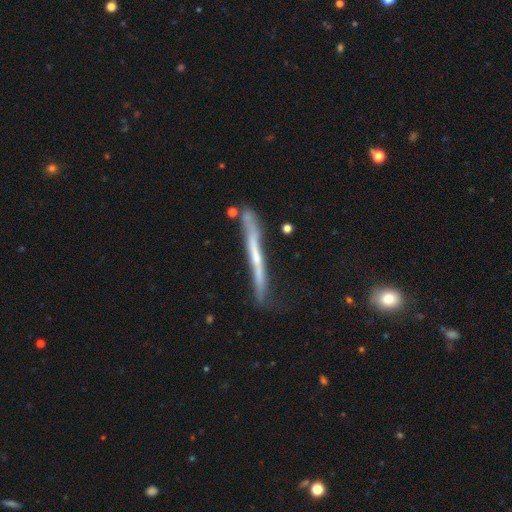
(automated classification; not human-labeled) A featured or disk galaxy (64%) viewed edge-on (93%) with no central bulge (70%).

Vote fractions:
- Smooth or featured? featured or disk: 64% / smooth: 29% / star or artifact: 7%
- Edge-on disk? yes: 93% / no: 7%
- Edge-on bulge? none: 70% / rounded: 24% / boxy: 7%
- Merging? none: 67% / minor disturbance: 22% / major disturbance: 6% / merger: 5%